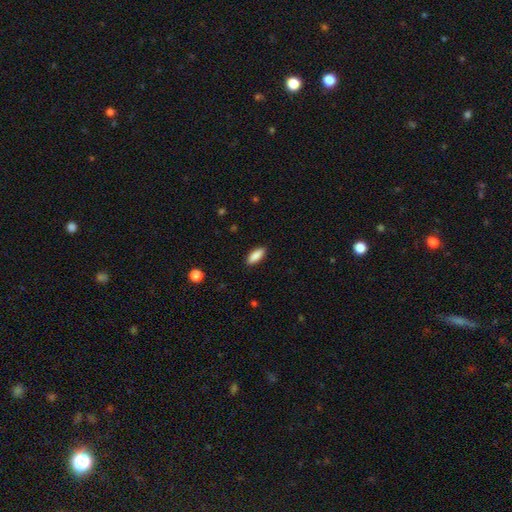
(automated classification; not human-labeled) Smooth or featured? Predicted: smooth (p=0.88). How rounded? Predicted: in between (p=0.74). Merging? Predicted: none (p=0.89).